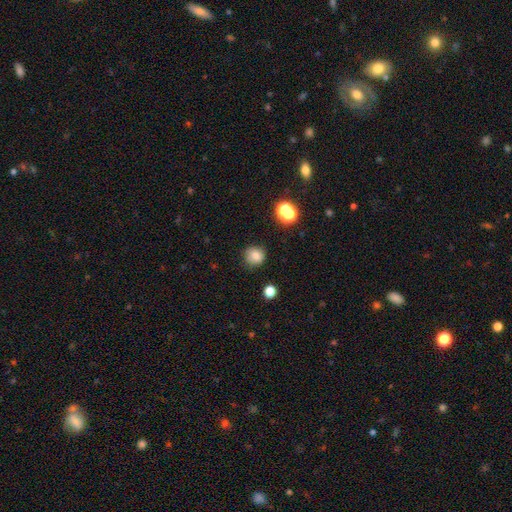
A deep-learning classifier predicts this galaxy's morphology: type=smooth (81%); roundness=round (89%); merging=none (83%).